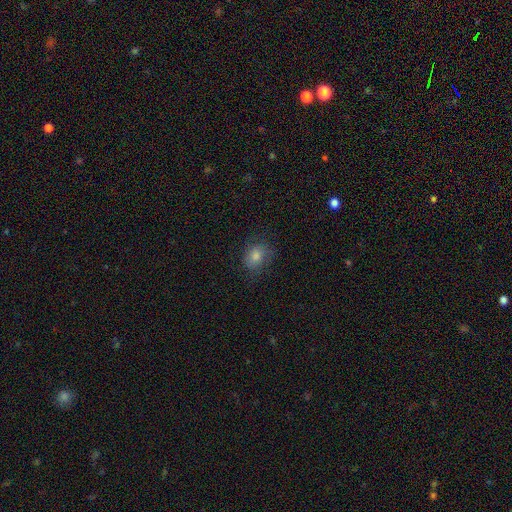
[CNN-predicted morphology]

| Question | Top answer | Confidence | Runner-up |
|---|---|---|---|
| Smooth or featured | smooth | 64% | featured or disk (21%) |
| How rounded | round | 55% | in between (44%) |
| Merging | none | 71% | minor disturbance (19%) |